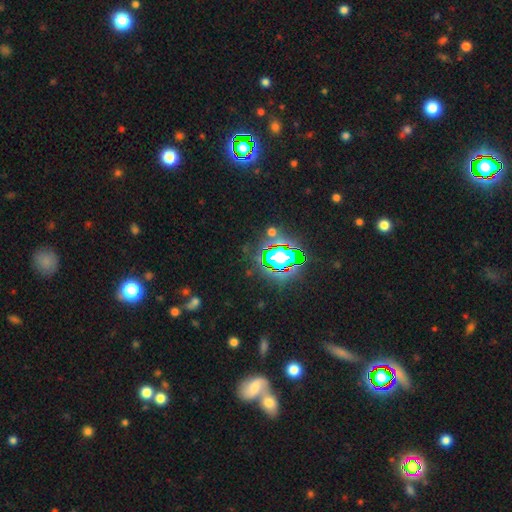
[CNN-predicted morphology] star or artifact 78%, smooth 13%, featured or disk 9%.